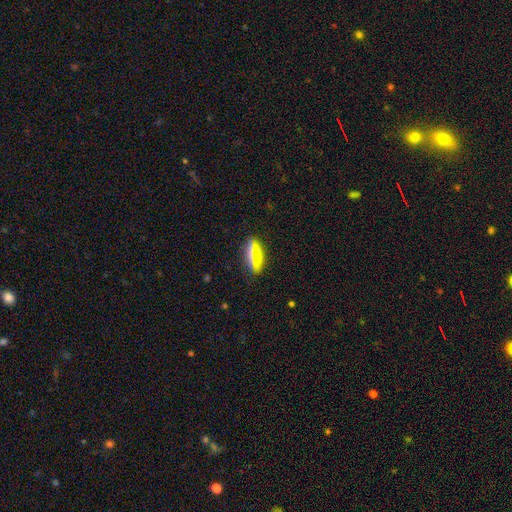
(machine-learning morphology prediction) This is likely a smooth galaxy (72%). How rounded: clearly in between (81%). Merging: clearly none (82%).